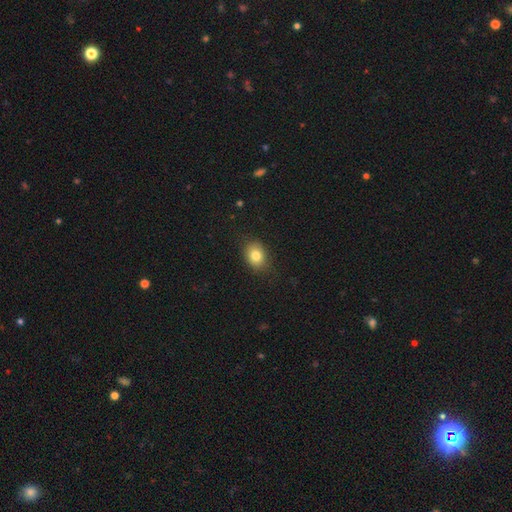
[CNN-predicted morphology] A smooth galaxy with no disk features (82%) that is in between round and cigar-shaped (60%).

Vote fractions:
- Smooth or featured? smooth: 82% / star or artifact: 10% / featured or disk: 8%
- How rounded? in between: 60% / round: 39% / cigar-shaped: 1%
- Merging? none: 83% / minor disturbance: 13% / major disturbance: 3% / merger: 1%